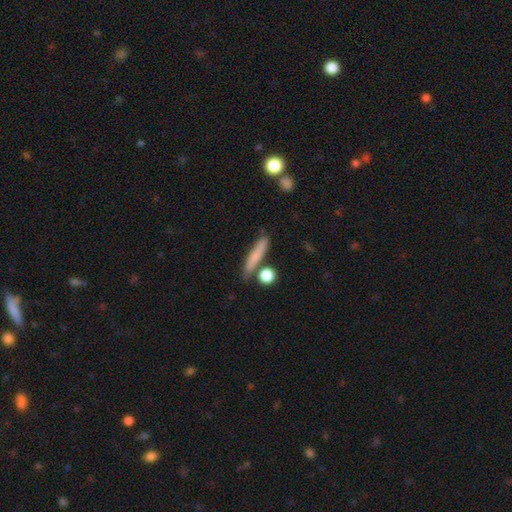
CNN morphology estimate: A smooth galaxy with no disk features (71%) that is cigar-shaped (84%). Merging: none (73%).